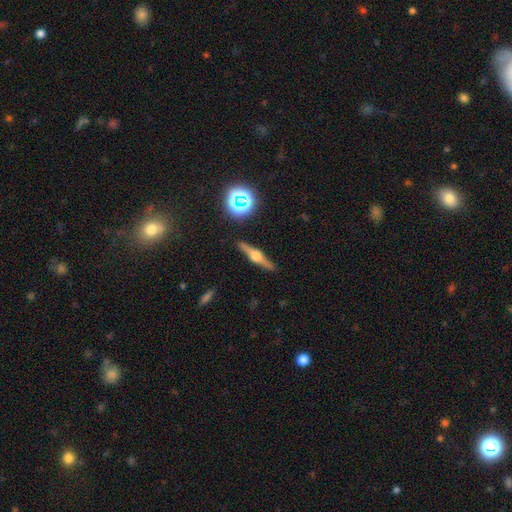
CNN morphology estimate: Smooth or featured?
  - featured or disk: 76% *
  - smooth: 15%
  - star or artifact: 8%
Edge-on disk?
  - yes: 97% *
  - no: 3%
Edge-on bulge?
  - rounded: 91% *
  - boxy: 7%
  - none: 2%
Merging?
  - none: 90% *
  - minor disturbance: 7%
  - major disturbance: 2%
  - merger: 1%